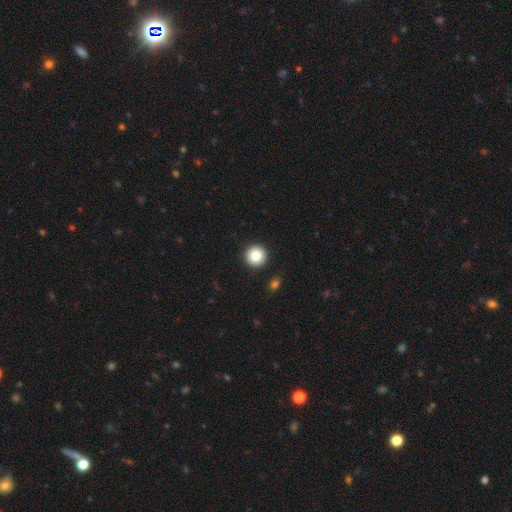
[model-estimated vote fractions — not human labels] This appears to be a smooth galaxy with no disk features (84%) that is round (96%). Merging: none (92%).